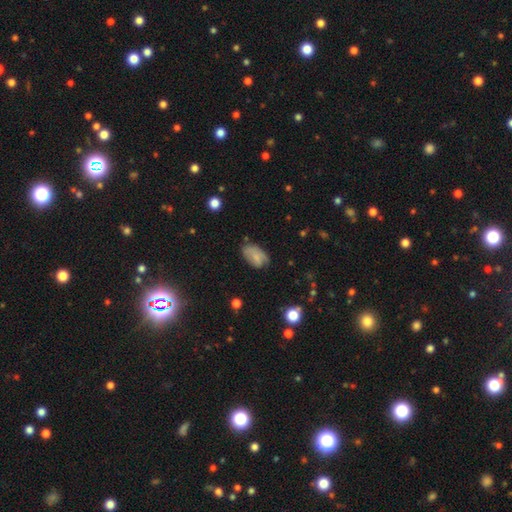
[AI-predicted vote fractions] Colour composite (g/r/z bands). It shows a smooth galaxy with no disk features (66%) that is in between round and cigar-shaped (91%). Merging: none (55%).